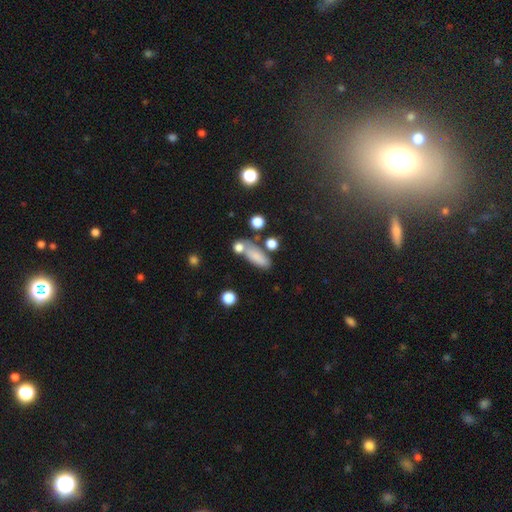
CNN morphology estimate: smooth-or-featured: smooth: 77% | featured or disk: 12% | star or artifact: 11%
  how-rounded: in between: 67% | cigar-shaped: 27% | round: 6%
  merging: none: 54% | merger: 21% | minor disturbance: 17% | major disturbance: 8%